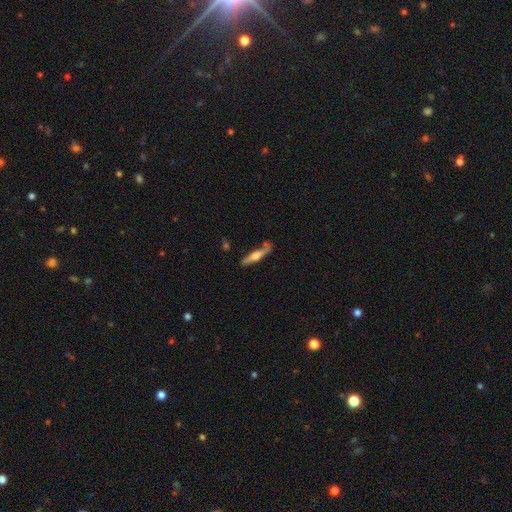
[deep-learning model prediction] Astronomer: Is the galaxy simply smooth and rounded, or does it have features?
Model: featured or disk — 55% (runner-up: smooth, 39%).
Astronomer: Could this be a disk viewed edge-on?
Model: yes — 93%.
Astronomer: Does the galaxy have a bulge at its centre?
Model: rounded — 88%.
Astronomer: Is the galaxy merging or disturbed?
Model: none — 73%.